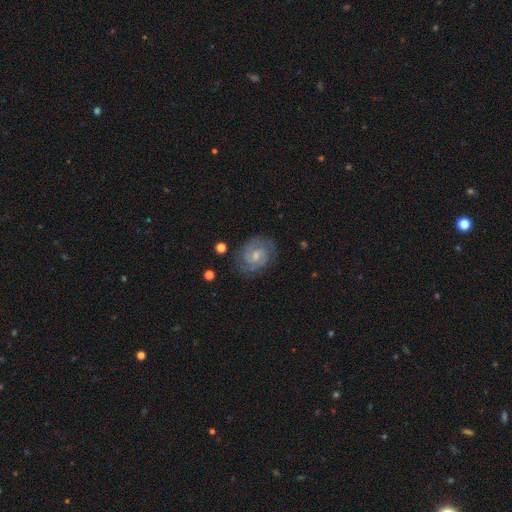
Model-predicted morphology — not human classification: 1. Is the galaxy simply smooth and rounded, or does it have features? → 88% featured or disk, 7% smooth, 5% star or artifact.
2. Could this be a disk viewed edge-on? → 98% no, 2% yes.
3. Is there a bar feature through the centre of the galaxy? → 50% weak, 41% no, 10% strong.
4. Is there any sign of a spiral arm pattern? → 98% yes, 2% no.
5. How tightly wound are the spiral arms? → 58% tight, 37% medium, 6% loose.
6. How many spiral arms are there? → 78% 2, 10% 3, 6% can't tell, 2% 4, 2% 1, 2% more than 4.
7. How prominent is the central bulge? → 60% small, 32% moderate, 6% none, 1% large, 1% dominant.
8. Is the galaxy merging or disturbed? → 81% none, 14% minor disturbance, 4% major disturbance, 1% merger.